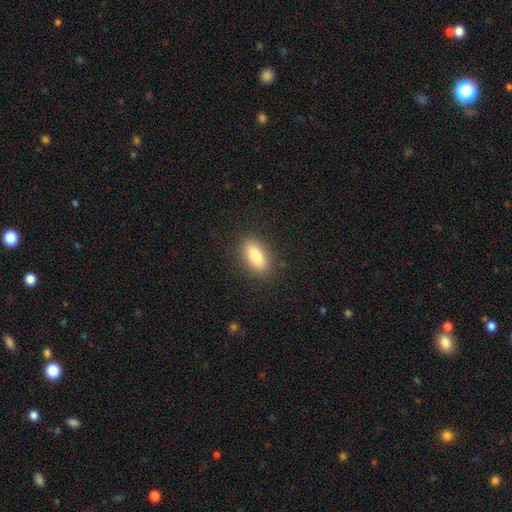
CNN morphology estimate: This appears to be a smooth galaxy with no disk features (83%) that is in between round and cigar-shaped (79%). Merging: none (87%).